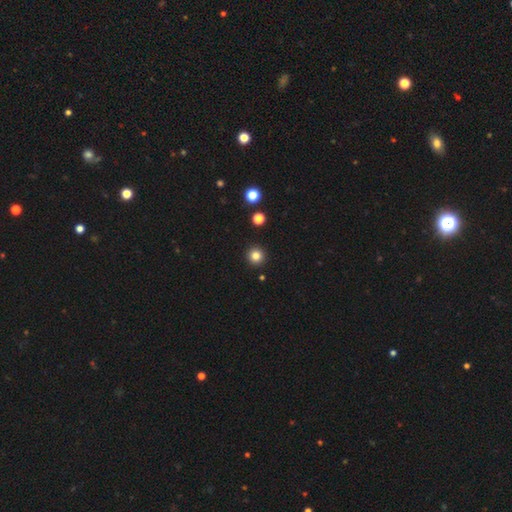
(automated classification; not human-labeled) Smooth or featured?
  - smooth: 83% *
  - star or artifact: 12%
  - featured or disk: 5%
How rounded?
  - round: 96% *
  - in between: 4%
  - cigar-shaped: 1%
Merging?
  - none: 93% *
  - minor disturbance: 4%
  - major disturbance: 2%
  - merger: 1%